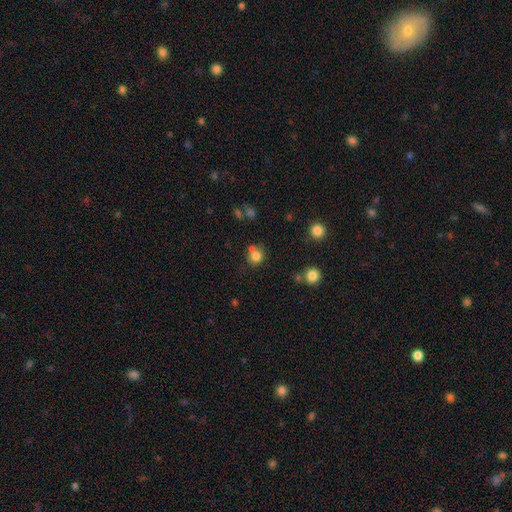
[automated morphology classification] type=smooth (79%); roundness=round (84%); merging=none (59%).